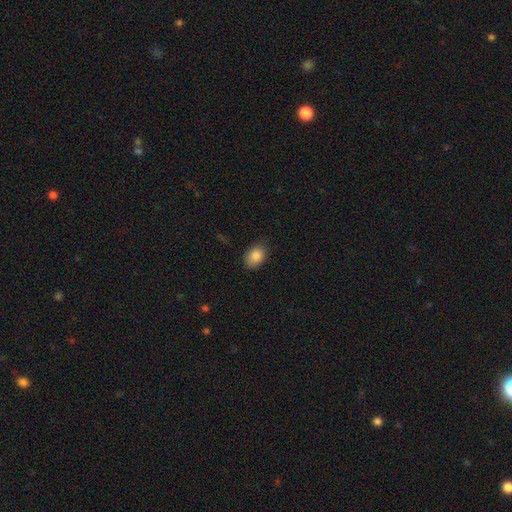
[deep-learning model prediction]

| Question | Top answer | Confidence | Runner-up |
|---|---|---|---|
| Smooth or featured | smooth | 86% | star or artifact (9%) |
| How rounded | in between | 73% | round (26%) |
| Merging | none | 78% | minor disturbance (17%) |